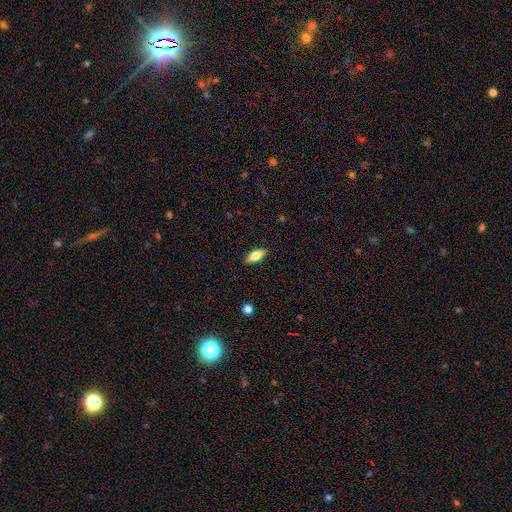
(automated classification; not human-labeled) This is likely a smooth galaxy (74%). How rounded: likely in between (79%). Merging: clearly none (89%).